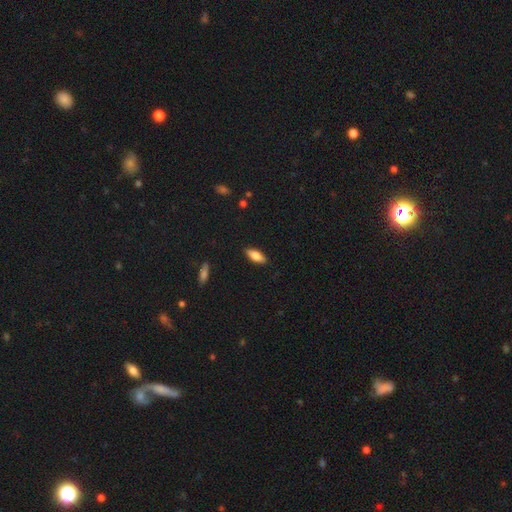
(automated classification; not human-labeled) This appears to be a smooth galaxy with no disk features (73%) that is in between round and cigar-shaped (74%). Merging: none (88%).